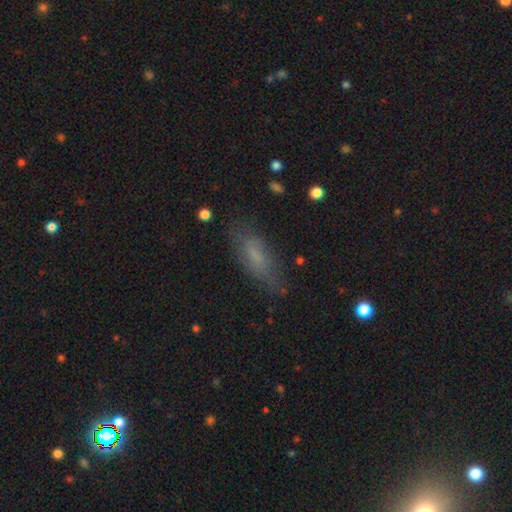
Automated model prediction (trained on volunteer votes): Overall: smooth (60%; featured or disk 29%). How rounded: in between (62%; cigar-shaped 36%). Merging: none (71%).